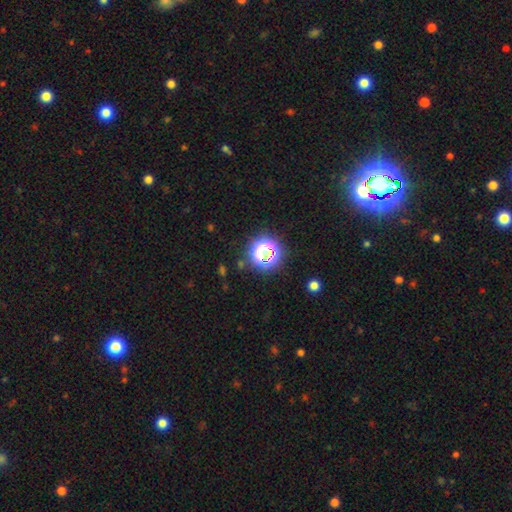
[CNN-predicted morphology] Smooth or featured: star or artifact — 74% (smooth — 20%)